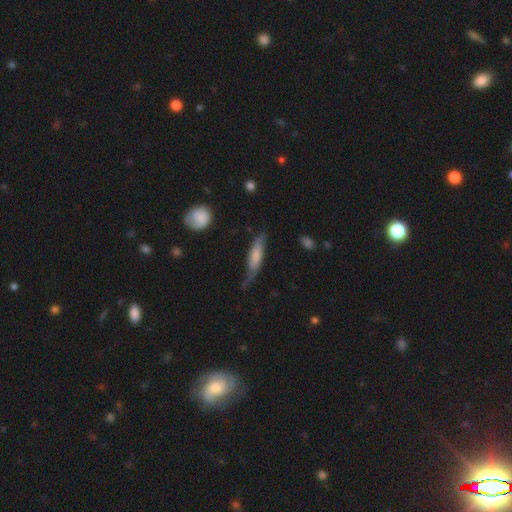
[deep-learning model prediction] Smooth or featured?
  - smooth: 59% *
  - featured or disk: 35%
  - star or artifact: 6%
How rounded?
  - cigar-shaped: 69% *
  - in between: 28%
  - round: 2%
Merging?
  - none: 43% *
  - minor disturbance: 36%
  - major disturbance: 17%
  - merger: 4%